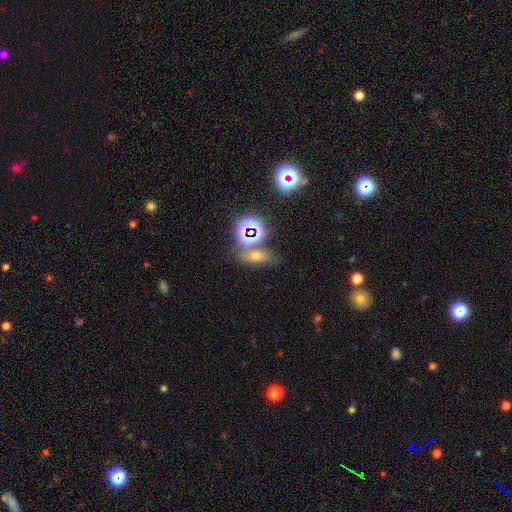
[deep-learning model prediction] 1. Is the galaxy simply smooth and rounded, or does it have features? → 48% smooth, 36% star or artifact, 17% featured or disk.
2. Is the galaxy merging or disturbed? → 63% none, 19% merger, 12% minor disturbance, 5% major disturbance.